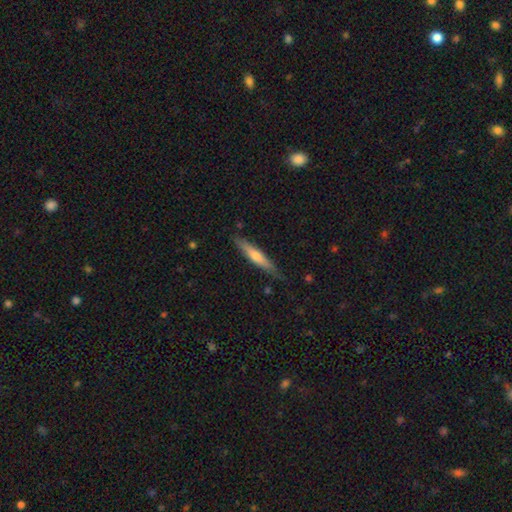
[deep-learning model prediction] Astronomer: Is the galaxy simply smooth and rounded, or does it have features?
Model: featured or disk — 50% (runner-up: smooth, 44%).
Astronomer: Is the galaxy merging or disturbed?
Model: none — 83%.